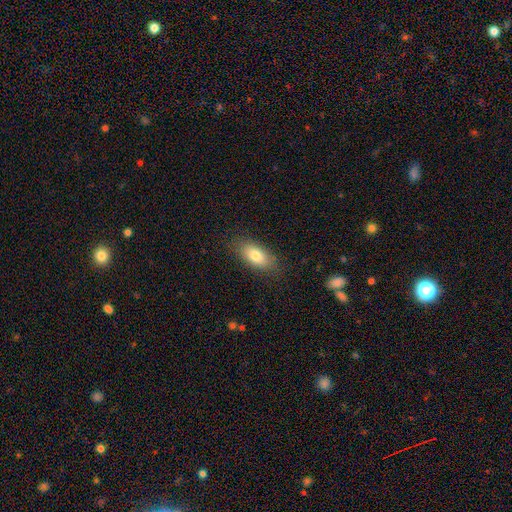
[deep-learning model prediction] Morphology: type=smooth (80%); roundness=in between (87%); merging=none (84%).